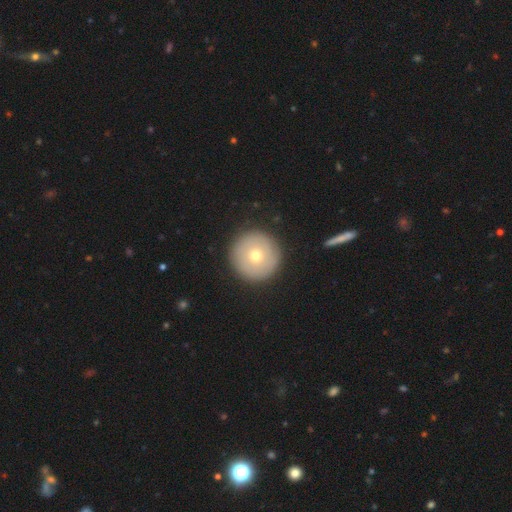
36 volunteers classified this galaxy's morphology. Smooth or featured?
  - smooth: 64% *
  - featured or disk: 31%
  - star or artifact: 6%
How rounded?
  - round: 96% *
  - in between: 4%
  - cigar-shaped: 0%
Merging?
  - none: 97% *
  - minor disturbance: 3%
  - major disturbance: 0%
  - merger: 0%